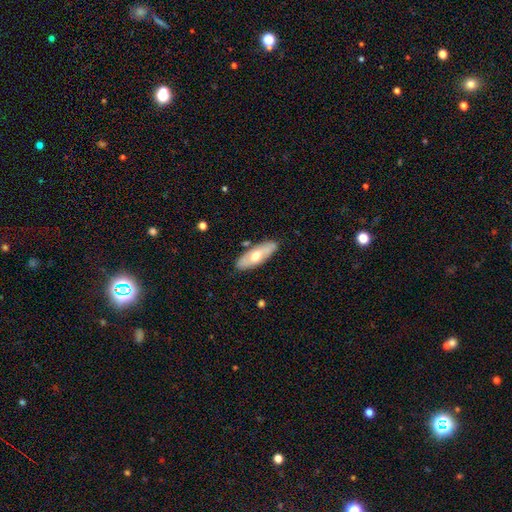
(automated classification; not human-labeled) A smooth galaxy with no disk features (51%) that is in between round and cigar-shaped (68%).

Vote fractions:
- Smooth or featured? smooth: 51% / featured or disk: 43% / star or artifact: 6%
- How rounded? in between: 68% / cigar-shaped: 29% / round: 2%
- Merging? none: 84% / minor disturbance: 11% / merger: 3% / major disturbance: 2%